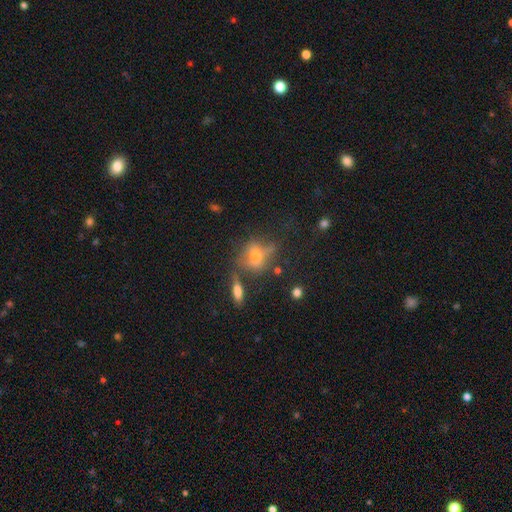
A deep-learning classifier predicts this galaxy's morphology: Overall: smooth (46%; featured or disk 36%). Merging: none (59%; minor disturbance 20%).